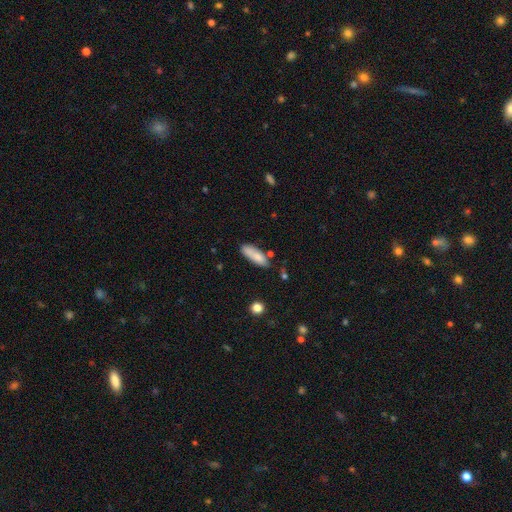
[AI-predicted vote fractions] A smooth galaxy with no disk features (80%) that is in between round and cigar-shaped (53%).

Vote fractions:
- Smooth or featured? smooth: 80% / featured or disk: 13% / star or artifact: 7%
- How rounded? in between: 53% / cigar-shaped: 45% / round: 2%
- Merging? none: 63% / minor disturbance: 23% / merger: 8% / major disturbance: 5%